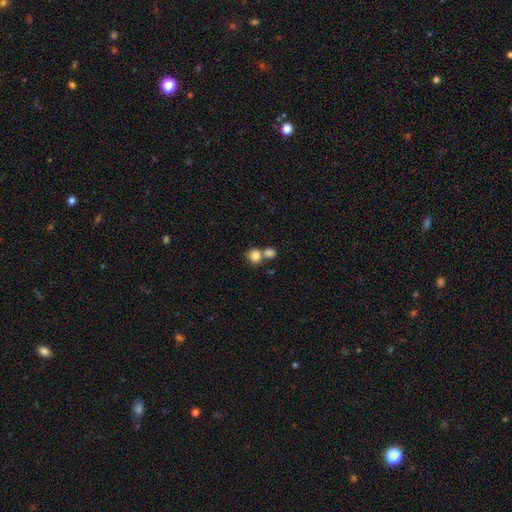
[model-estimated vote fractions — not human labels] Smooth or featured? smooth (83%)
How rounded? round (80%)
Merging? merger (46%)